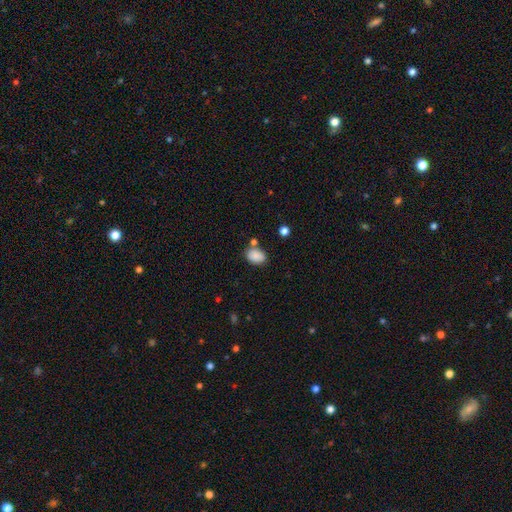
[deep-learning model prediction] Morphology: type=smooth (87%); roundness=in between (81%); merging=none (72%).